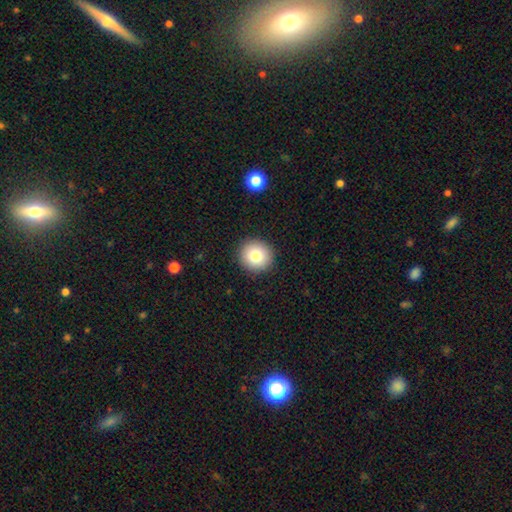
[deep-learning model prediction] smooth-or-featured: smooth: 79% | star or artifact: 10% | featured or disk: 10%
  how-rounded: round: 93% | in between: 6% | cigar-shaped: 1%
  merging: none: 92% | minor disturbance: 5% | major disturbance: 2% | merger: 1%